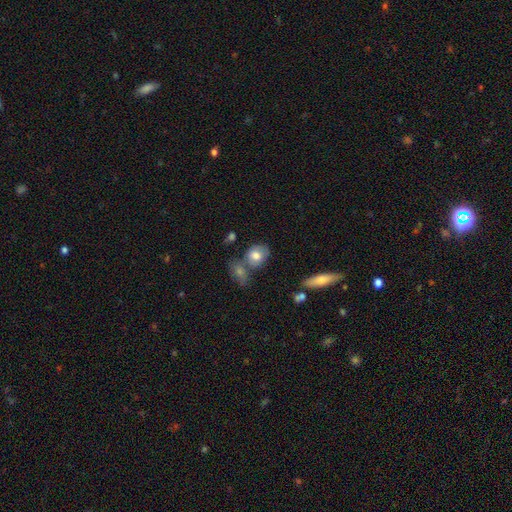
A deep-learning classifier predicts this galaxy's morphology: Smooth or featured?
  - smooth: 73% *
  - featured or disk: 19%
  - star or artifact: 8%
How rounded?
  - in between: 58% *
  - round: 40%
  - cigar-shaped: 2%
Merging?
  - none: 49% *
  - merger: 28%
  - minor disturbance: 17%
  - major disturbance: 6%